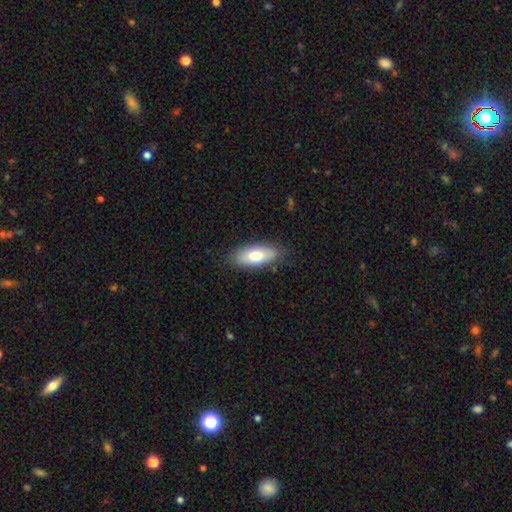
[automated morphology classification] smooth_or_featured: smooth (p=0.74) [alt: featured or disk p=0.20]
how_rounded: in between (p=0.79) [alt: cigar-shaped p=0.19]
merging: none (p=0.82) [alt: minor disturbance p=0.14]